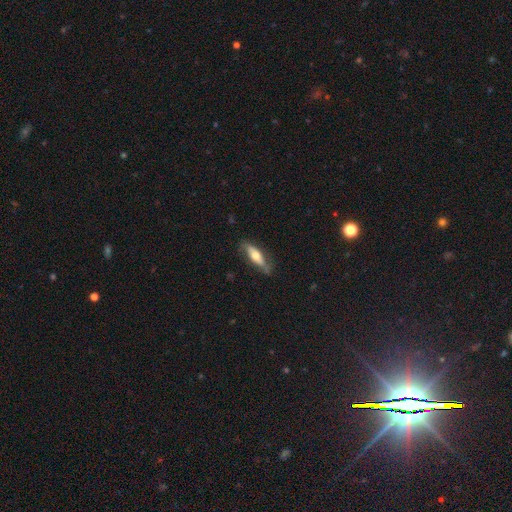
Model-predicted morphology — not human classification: Smooth or featured? Predicted: smooth (p=0.49). Merging? Predicted: none (p=0.74).